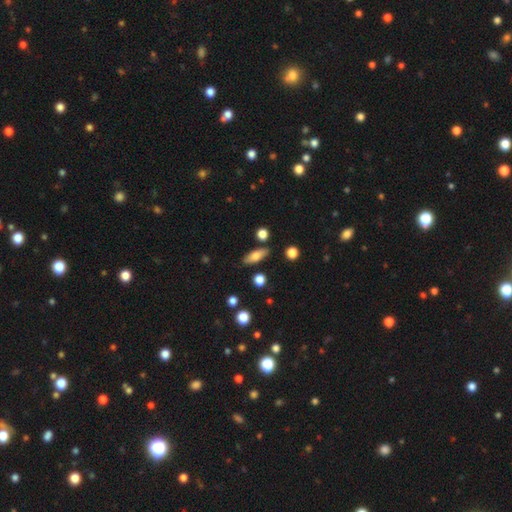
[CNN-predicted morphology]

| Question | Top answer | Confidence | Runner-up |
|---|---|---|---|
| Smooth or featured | smooth | 73% | featured or disk (19%) |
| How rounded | in between | 64% | cigar-shaped (32%) |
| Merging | none | 83% | minor disturbance (11%) |